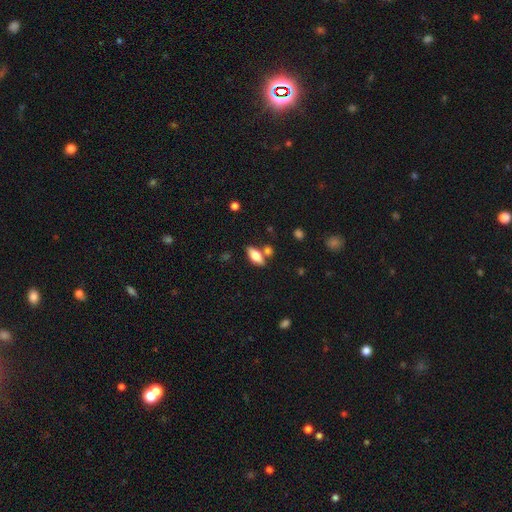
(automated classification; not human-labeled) A smooth galaxy with no disk features (72%) that is in between round and cigar-shaped (82%).

Vote fractions:
- Smooth or featured? smooth: 72% / featured or disk: 21% / star or artifact: 7%
- How rounded? in between: 82% / cigar-shaped: 14% / round: 3%
- Merging? none: 72% / merger: 13% / minor disturbance: 12% / major disturbance: 3%